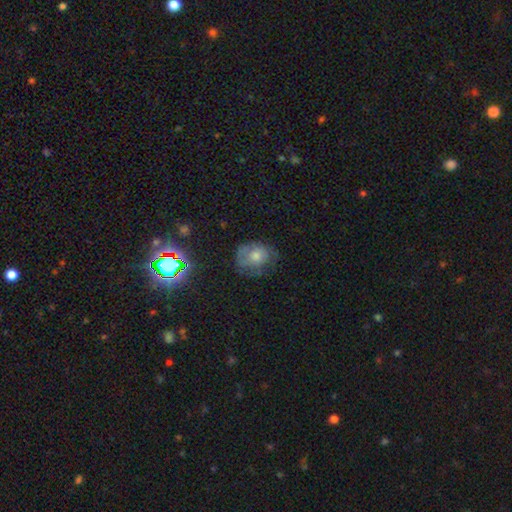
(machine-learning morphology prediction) Smooth or featured? Predicted: smooth (p=0.50). How rounded? Predicted: round (p=0.60). Merging? Predicted: none (p=0.62).